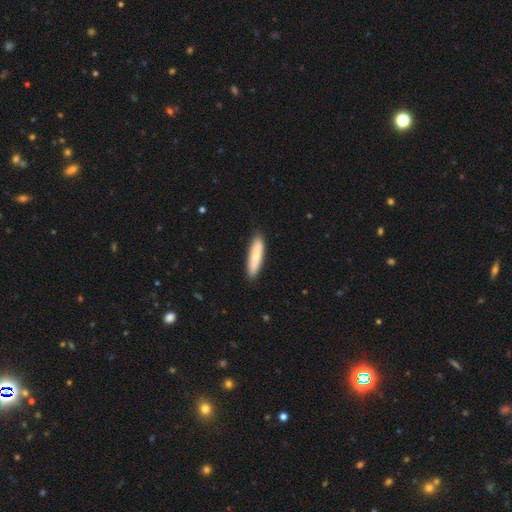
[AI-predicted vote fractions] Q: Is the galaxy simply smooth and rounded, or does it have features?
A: smooth — 78%.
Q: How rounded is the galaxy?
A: cigar-shaped — 77%.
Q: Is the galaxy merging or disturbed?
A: none — 88%.